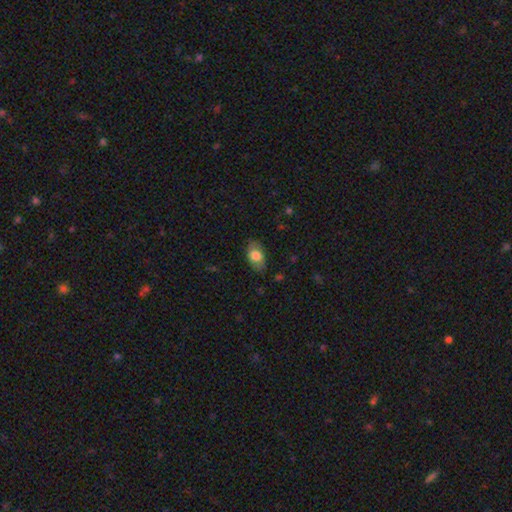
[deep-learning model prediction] Smooth or featured? smooth (76%)
How rounded? in between (88%)
Merging? none (77%)